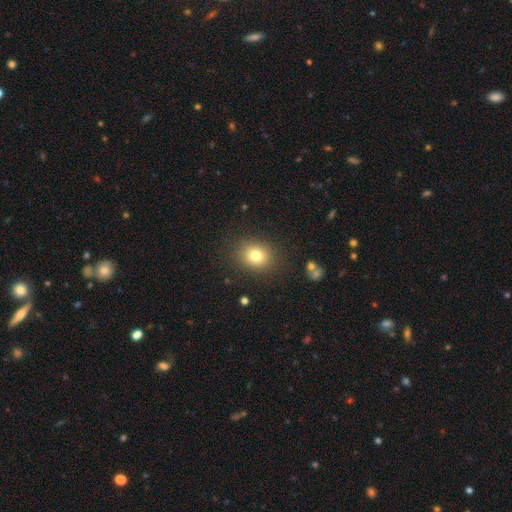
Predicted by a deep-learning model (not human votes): A smooth galaxy with no disk features (78%) that is round (67%).

Vote fractions:
- Smooth or featured? smooth: 78% / star or artifact: 12% / featured or disk: 9%
- How rounded? round: 67% / in between: 32% / cigar-shaped: 1%
- Merging? none: 86% / minor disturbance: 9% / major disturbance: 3% / merger: 2%